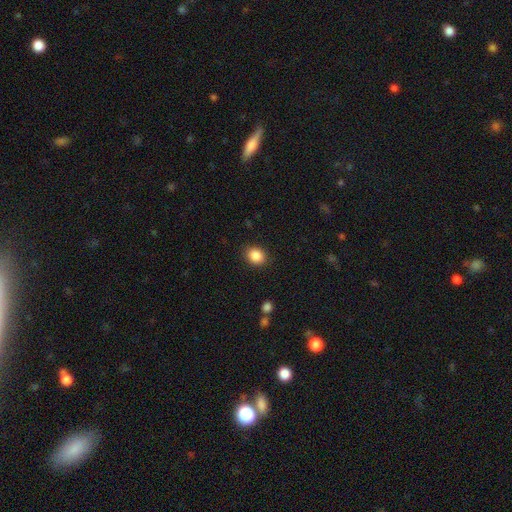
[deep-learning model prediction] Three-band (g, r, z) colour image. It shows a smooth galaxy with no disk features (87%) that is round (59%). Merging: none (89%).